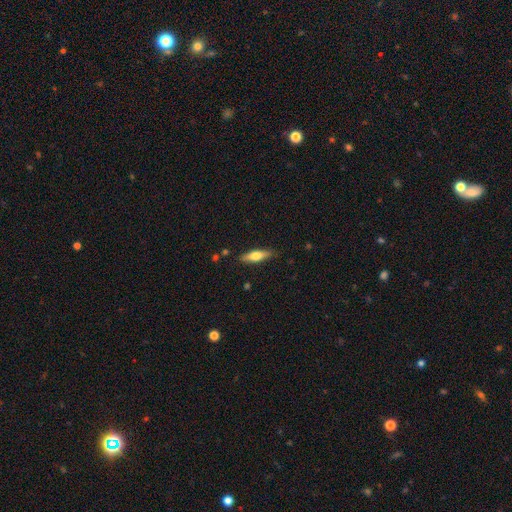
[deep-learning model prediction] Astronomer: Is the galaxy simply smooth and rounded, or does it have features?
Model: smooth — 60%.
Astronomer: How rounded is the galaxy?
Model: cigar-shaped — 61% (runner-up: in between, 37%).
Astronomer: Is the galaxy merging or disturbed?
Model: none — 85%.